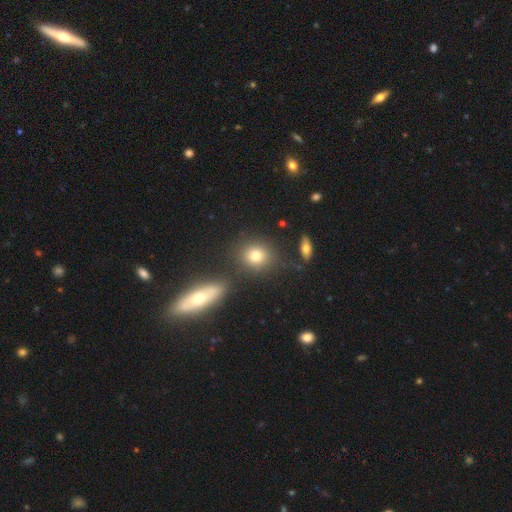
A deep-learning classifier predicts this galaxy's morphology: Smooth or featured?
  - smooth: 77% *
  - star or artifact: 13%
  - featured or disk: 10%
How rounded?
  - round: 75% *
  - in between: 24%
  - cigar-shaped: 2%
Merging?
  - none: 78% *
  - minor disturbance: 10%
  - merger: 8%
  - major disturbance: 4%